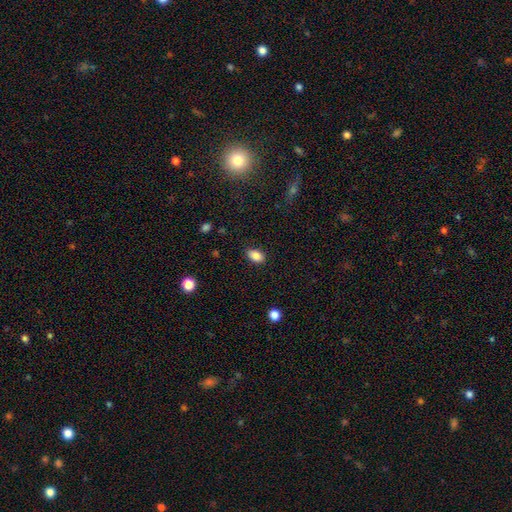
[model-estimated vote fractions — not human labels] The model was most divided on "merging": none: 86%, minor disturbance: 11%, major disturbance: 2%, merger: 1%. More confident: how rounded — in between (88%); smooth or featured — smooth (86%).